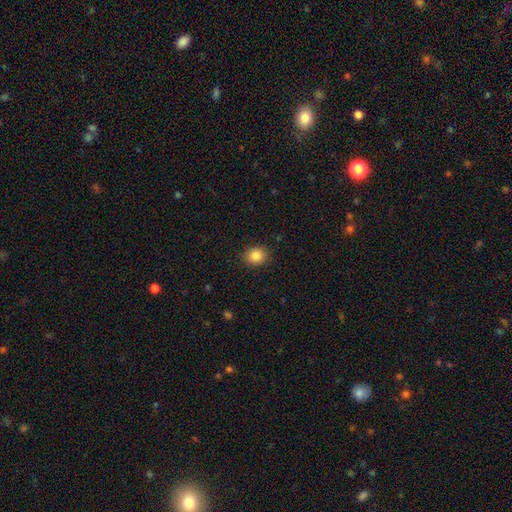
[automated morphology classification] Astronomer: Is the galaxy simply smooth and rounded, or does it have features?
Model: smooth — 85%.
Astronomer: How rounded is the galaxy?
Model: round — 68%.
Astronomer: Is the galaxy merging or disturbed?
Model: none — 89%.